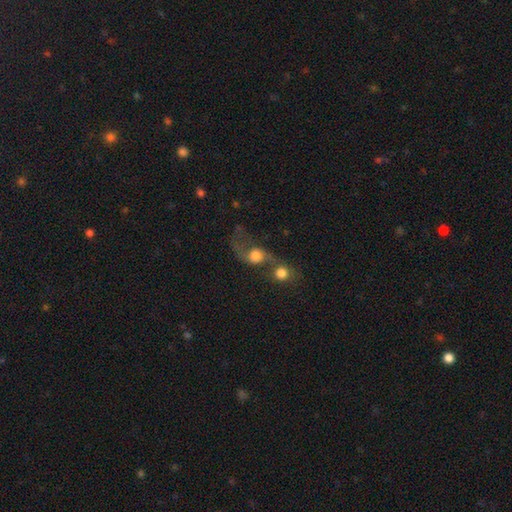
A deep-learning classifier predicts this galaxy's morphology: smooth_or_featured: smooth (p=0.49) [alt: featured or disk p=0.40]
merging: merger (p=0.67) [alt: none p=0.14]